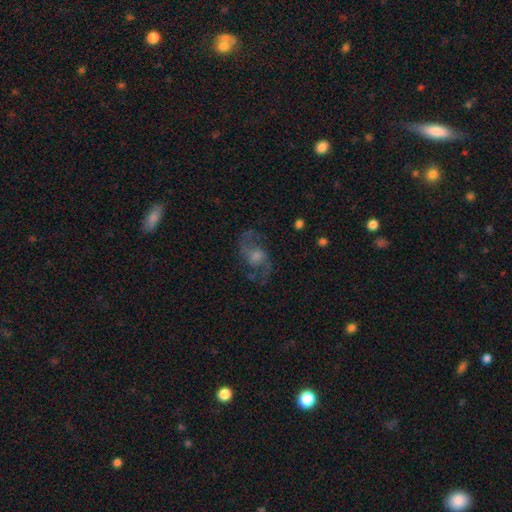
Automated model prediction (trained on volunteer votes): Q: Smooth or featured?
A: featured or disk (73%); runner-up: smooth (15%)
Q: Edge-on disk?
A: no (96%); runner-up: yes (4%)
Q: Bar?
A: no (50%); runner-up: weak (42%)
Q: Spiral arms?
A: yes (89%); runner-up: no (11%)
Q: Spiral winding?
A: medium (47%); runner-up: loose (42%)
Q: Spiral arm count?
A: 2 (86%); runner-up: can't tell (7%)
Q: Bulge size?
A: moderate (44%); runner-up: small (26%)
Q: Merging?
A: none (73%); runner-up: minor disturbance (14%)